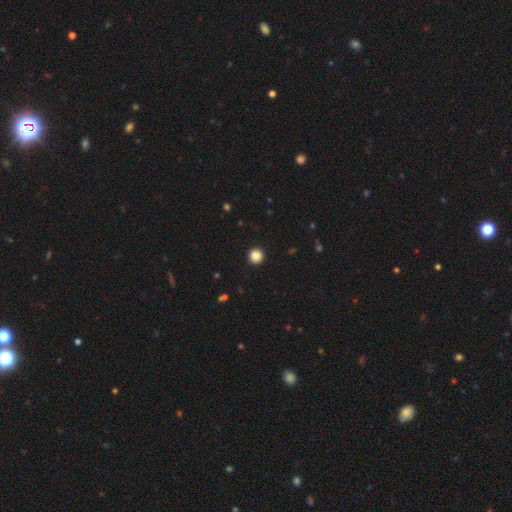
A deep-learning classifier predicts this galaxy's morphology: smooth 86%, star or artifact 11%, featured or disk 4%. Down the decision tree: how rounded — round (95%); merging — none (94%).